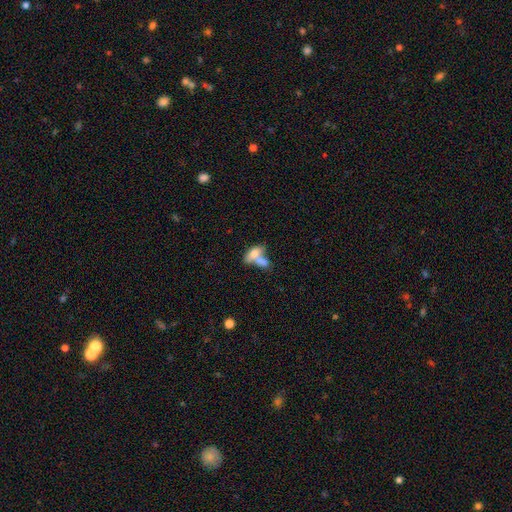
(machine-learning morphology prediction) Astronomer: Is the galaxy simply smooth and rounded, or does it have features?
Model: smooth — 66%.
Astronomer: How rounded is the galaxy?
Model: in between — 77%.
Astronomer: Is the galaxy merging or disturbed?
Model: merger — 62%.